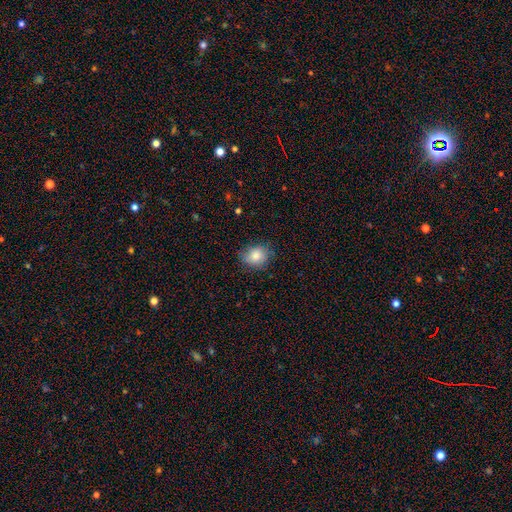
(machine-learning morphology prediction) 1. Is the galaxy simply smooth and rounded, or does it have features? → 82% smooth, 10% star or artifact, 9% featured or disk.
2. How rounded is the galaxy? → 64% round, 35% in between, 1% cigar-shaped.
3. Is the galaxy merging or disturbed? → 76% none, 19% minor disturbance, 4% major disturbance, 1% merger.